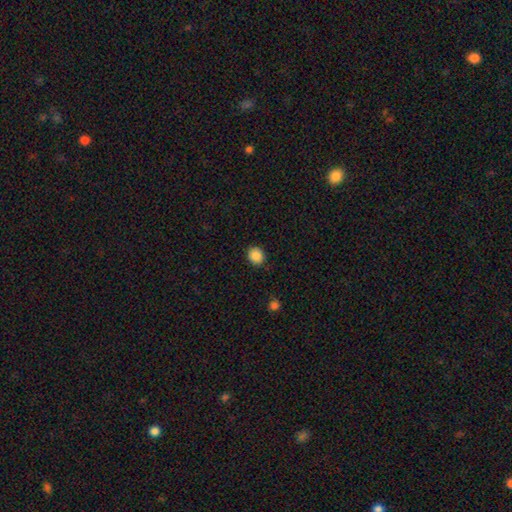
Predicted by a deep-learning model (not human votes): Smooth or featured? Predicted: smooth (p=0.87). How rounded? Predicted: round (p=0.77). Merging? Predicted: none (p=0.89).